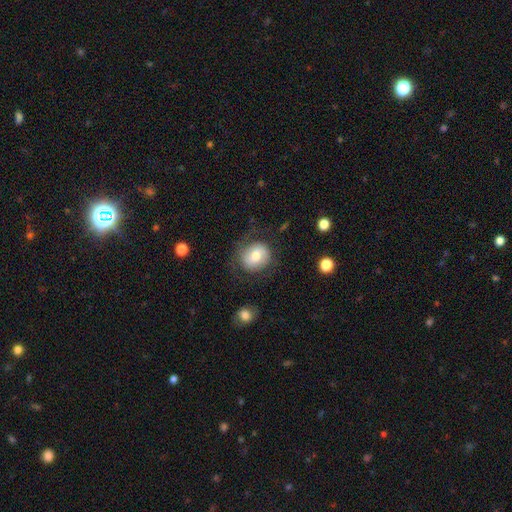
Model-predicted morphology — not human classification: Overall: smooth (63%; featured or disk 28%). How rounded: round (77%). Merging: none (69%).